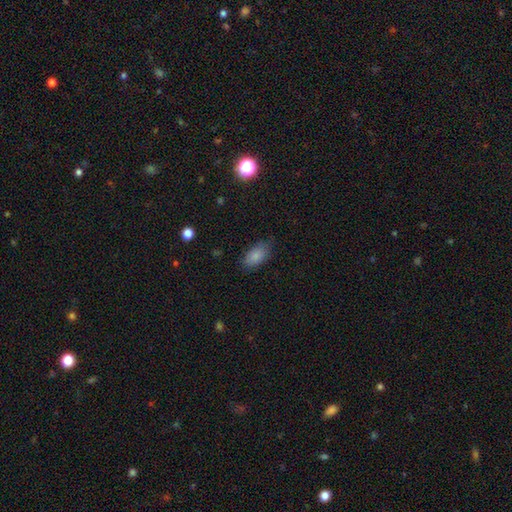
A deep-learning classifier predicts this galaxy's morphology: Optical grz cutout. It shows a smooth galaxy with no disk features (85%) that is in between round and cigar-shaped (93%). Merging: none (75%).